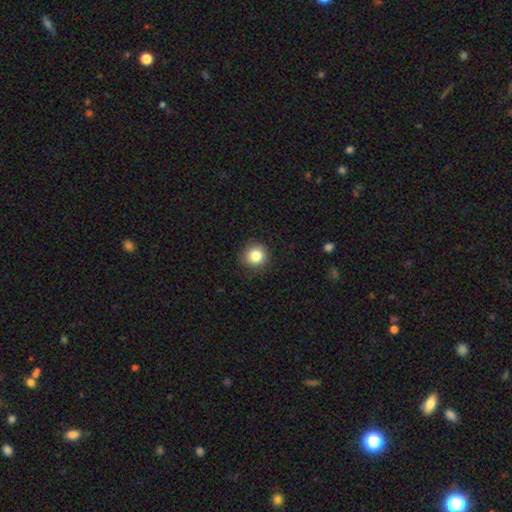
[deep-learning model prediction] The model was most divided on "smooth or featured": smooth: 83%, star or artifact: 11%, featured or disk: 6%. More confident: how rounded — round (94%); merging — none (89%).